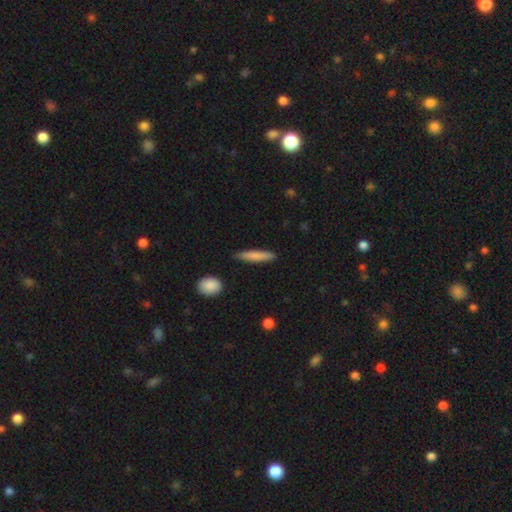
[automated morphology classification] type=smooth (79%); roundness=cigar-shaped (88%); merging=none (83%).